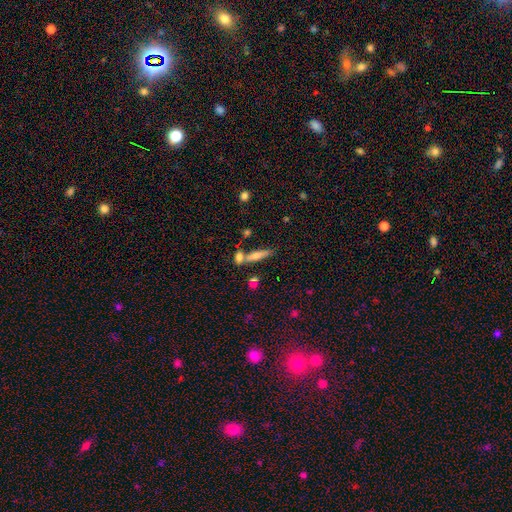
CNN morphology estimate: Q: Smooth or featured?
A: smooth (47%); runner-up: featured or disk (41%)
Q: Merging?
A: none (59%); runner-up: merger (26%)